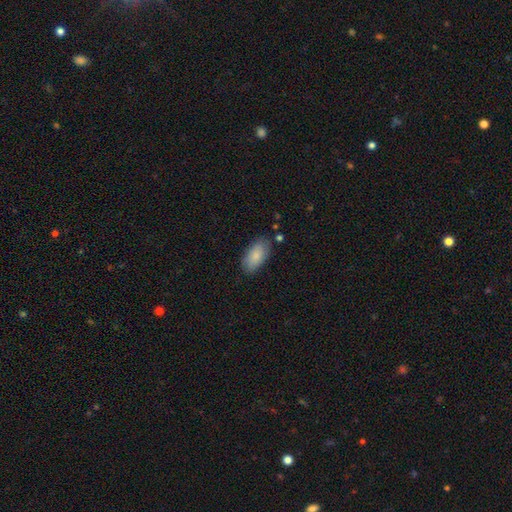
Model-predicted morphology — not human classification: smooth-or-featured: smooth: 86% | featured or disk: 8% | star or artifact: 6%
  how-rounded: in between: 93% | cigar-shaped: 5% | round: 2%
  merging: none: 81% | minor disturbance: 14% | major disturbance: 3% | merger: 2%